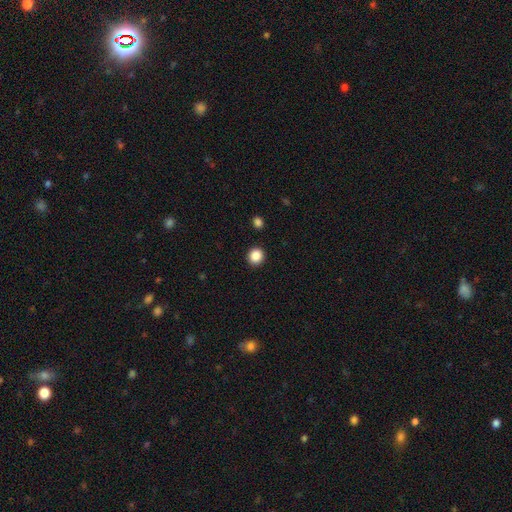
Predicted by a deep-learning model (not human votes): A smooth galaxy with no disk features (87%) that is round (86%). Merging: none (91%).